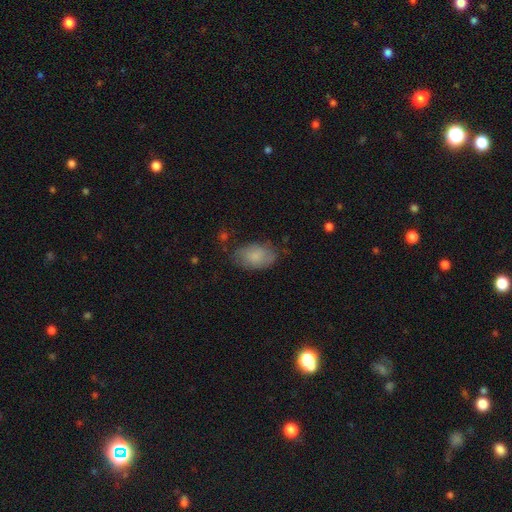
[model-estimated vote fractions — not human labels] The model was most divided on "merging": none: 64%, minor disturbance: 25%, major disturbance: 8%, merger: 2%. More confident: how rounded — in between (91%); smooth or featured — smooth (79%).